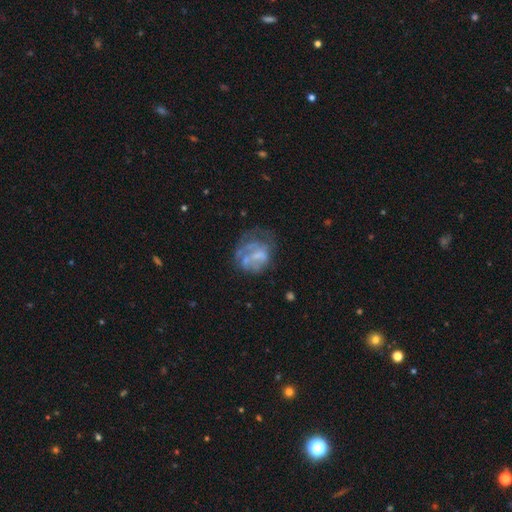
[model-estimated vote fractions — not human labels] Smooth or featured? Predicted: featured or disk (p=0.58). Edge-on disk? Predicted: no (p=0.98). Bar? Predicted: no (p=0.70). Spiral arms? Predicted: no (p=0.68). Bulge size? Predicted: none (p=0.52). Merging? Predicted: none (p=0.39).